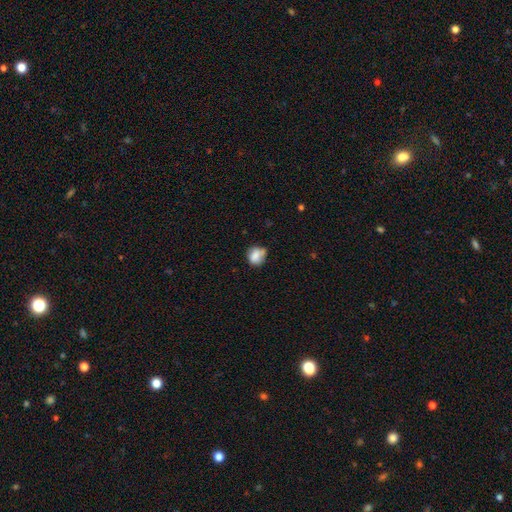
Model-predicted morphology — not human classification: Smooth or featured? Predicted: smooth (p=0.78). How rounded? Predicted: round (p=0.70). Merging? Predicted: none (p=0.54).